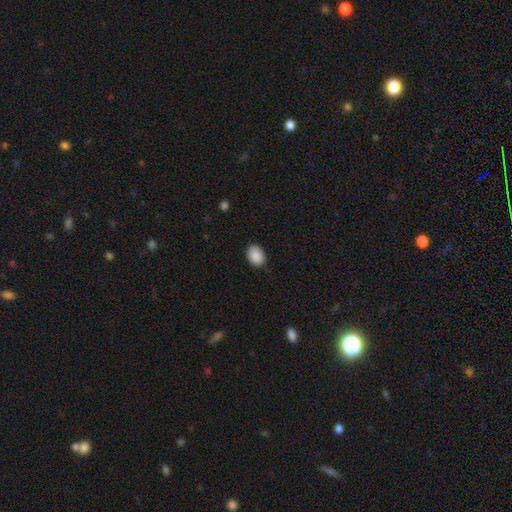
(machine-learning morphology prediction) A smooth galaxy with no disk features (90%) that is in between round and cigar-shaped (78%).

Vote fractions:
- Smooth or featured? smooth: 90% / star or artifact: 7% / featured or disk: 3%
- How rounded? in between: 78% / round: 21% / cigar-shaped: 1%
- Merging? none: 84% / minor disturbance: 12% / major disturbance: 3% / merger: 1%